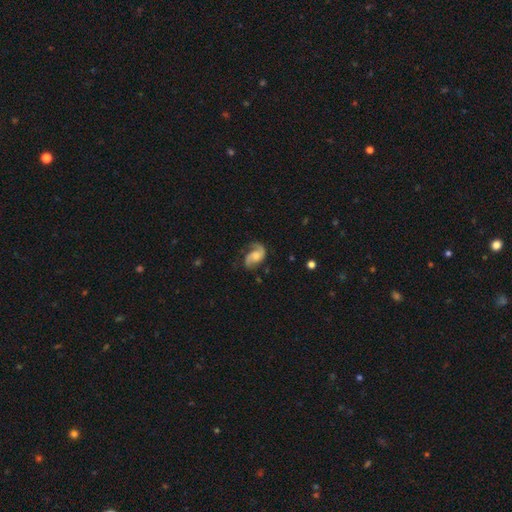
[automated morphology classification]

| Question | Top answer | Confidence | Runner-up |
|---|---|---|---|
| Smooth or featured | featured or disk | 82% | smooth (12%) |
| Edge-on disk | no | 98% | yes (2%) |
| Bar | no | 60% | weak (33%) |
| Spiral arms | yes | 96% | no (4%) |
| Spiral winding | medium | 45% | loose (40%) |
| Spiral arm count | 2 | 87% | 1 (7%) |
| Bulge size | moderate | 44% | small (29%) |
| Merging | none | 68% | minor disturbance (20%) |